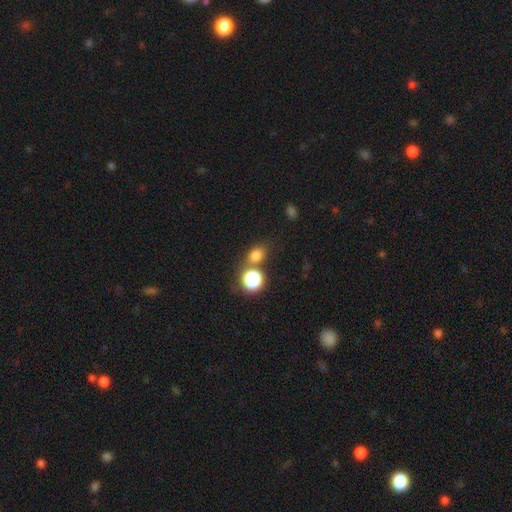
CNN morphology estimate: type=smooth (74%); roundness=round (50%); merging=none (69%).